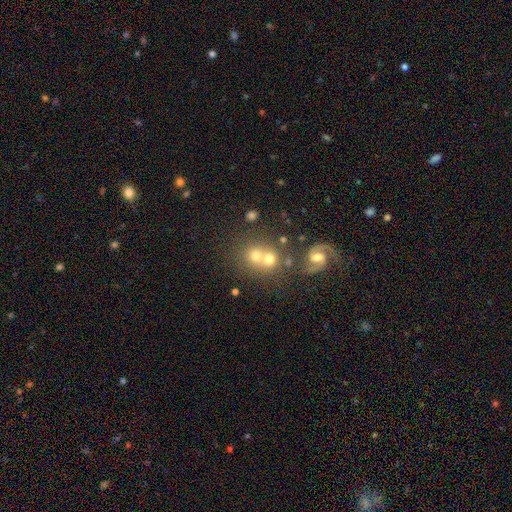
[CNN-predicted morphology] A smooth galaxy with no disk features (62%) that is round (76%). Merging: merger (50%).